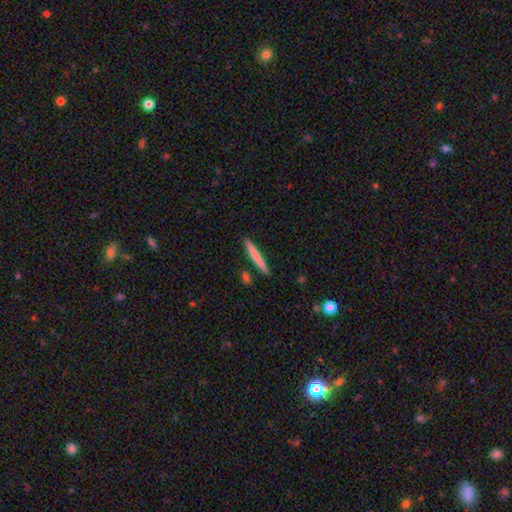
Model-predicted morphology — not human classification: Smooth or featured? Predicted: smooth (p=0.73). How rounded? Predicted: cigar-shaped (p=0.96). Merging? Predicted: none (p=0.87).